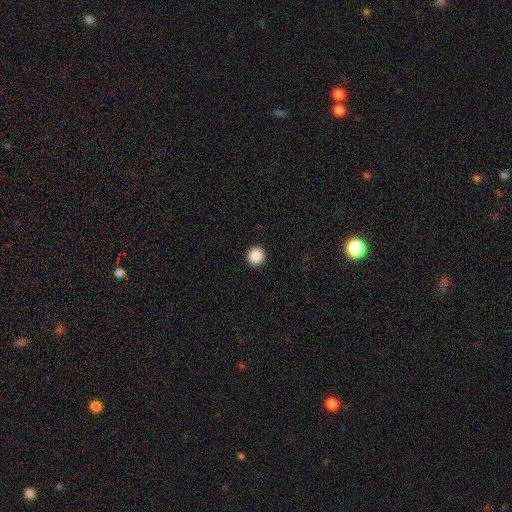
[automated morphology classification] Smooth or featured? Predicted: smooth (p=0.89). How rounded? Predicted: round (p=0.93). Merging? Predicted: none (p=0.93).